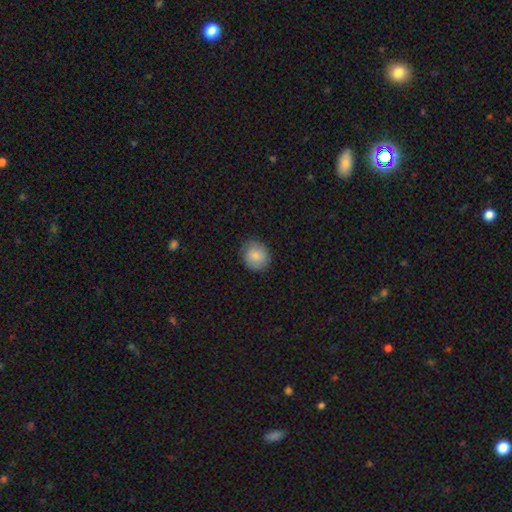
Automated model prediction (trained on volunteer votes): The model was most divided on "how rounded": round: 74%, in between: 25%, cigar-shaped: 1%. More confident: merging — none (84%); smooth or featured — smooth (83%).